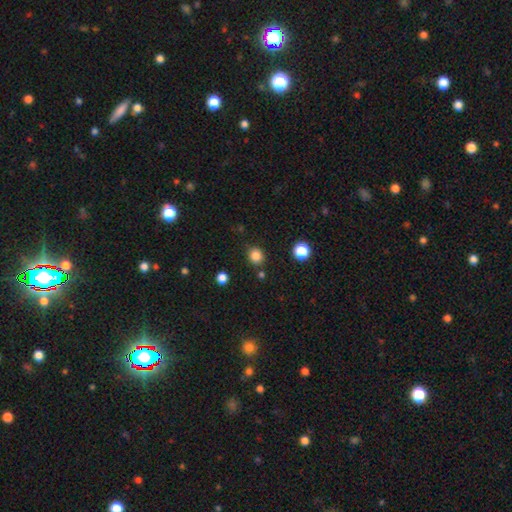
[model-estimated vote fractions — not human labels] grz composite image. It shows a smooth galaxy with no disk features (84%) that is round (83%). Merging: none (84%).